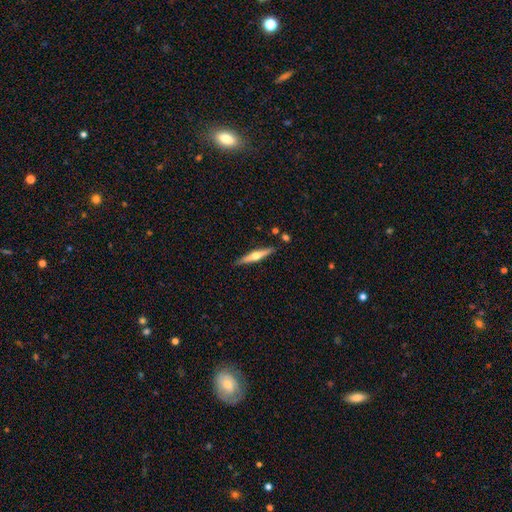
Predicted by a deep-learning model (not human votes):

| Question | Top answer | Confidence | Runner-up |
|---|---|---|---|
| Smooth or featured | featured or disk | 64% | smooth (30%) |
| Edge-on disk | yes | 97% | no (3%) |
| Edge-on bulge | rounded | 93% | none (4%) |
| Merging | none | 88% | minor disturbance (8%) |